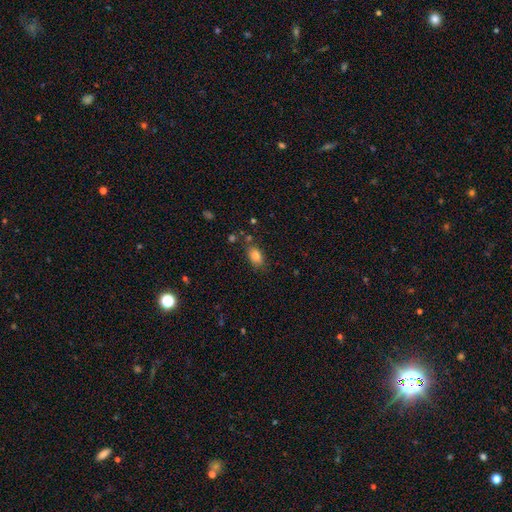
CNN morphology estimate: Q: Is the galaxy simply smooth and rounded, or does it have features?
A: smooth — 83%.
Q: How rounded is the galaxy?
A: in between — 85%.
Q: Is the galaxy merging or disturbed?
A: none — 73%.